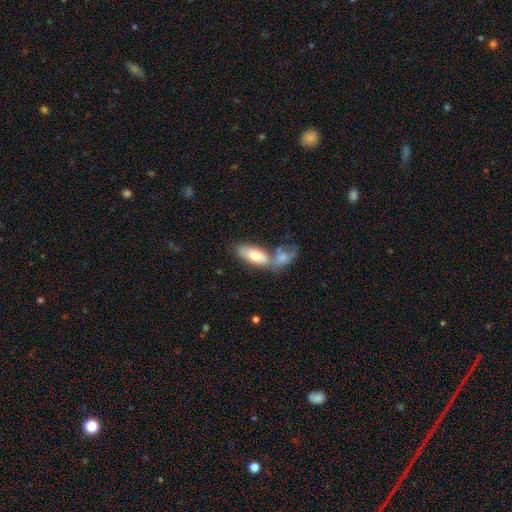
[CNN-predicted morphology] This is likely a smooth galaxy (74%). How rounded: clearly in between (83%). Merging: possibly merger (45%).